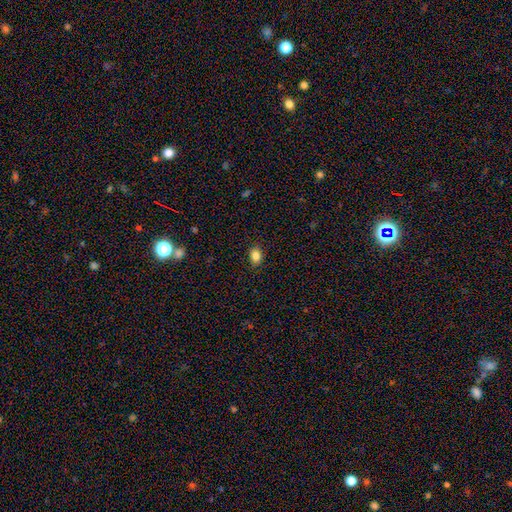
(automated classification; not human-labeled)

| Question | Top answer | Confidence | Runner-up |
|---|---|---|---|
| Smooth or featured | smooth | 84% | star or artifact (10%) |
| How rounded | in between | 70% | round (29%) |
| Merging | none | 88% | minor disturbance (9%) |